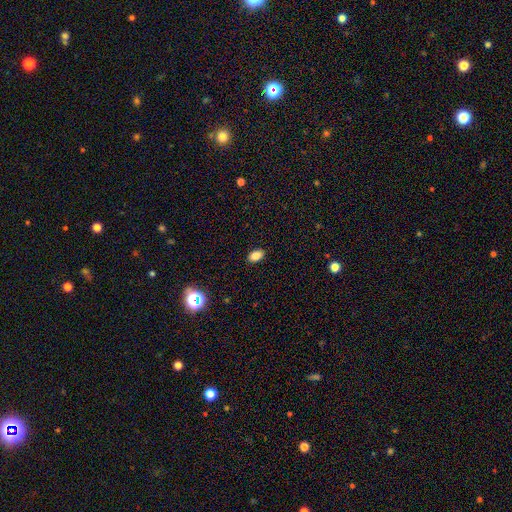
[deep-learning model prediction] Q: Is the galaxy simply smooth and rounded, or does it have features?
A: smooth — 83%.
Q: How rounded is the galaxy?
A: in between — 89%.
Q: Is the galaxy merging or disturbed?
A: none — 89%.